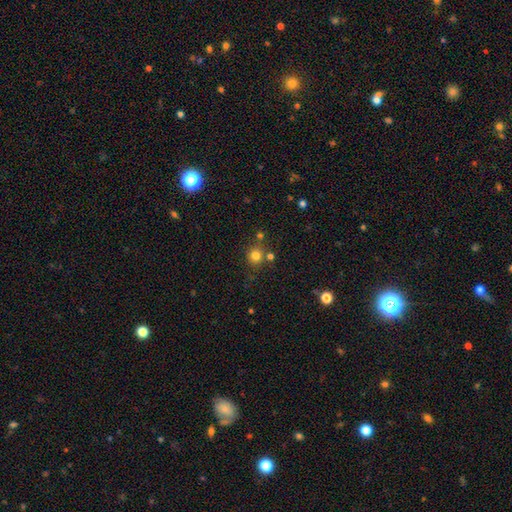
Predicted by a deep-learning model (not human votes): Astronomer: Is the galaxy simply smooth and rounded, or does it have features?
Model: smooth — 78%.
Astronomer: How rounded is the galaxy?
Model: round — 89%.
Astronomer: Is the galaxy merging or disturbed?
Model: none — 76%.